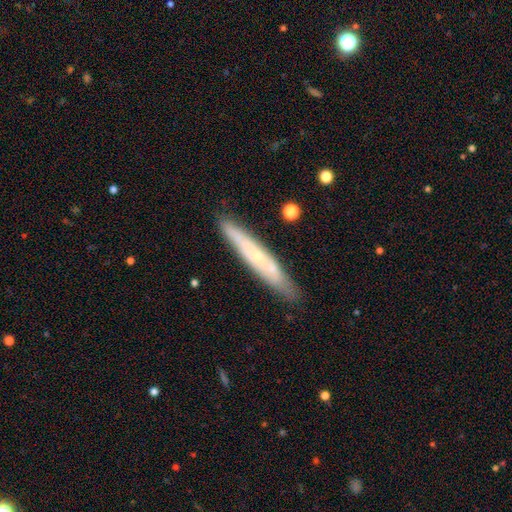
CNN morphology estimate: Overall: featured or disk (54%; smooth 40%). Edge-on disk: yes (76%). Merging: none (85%).